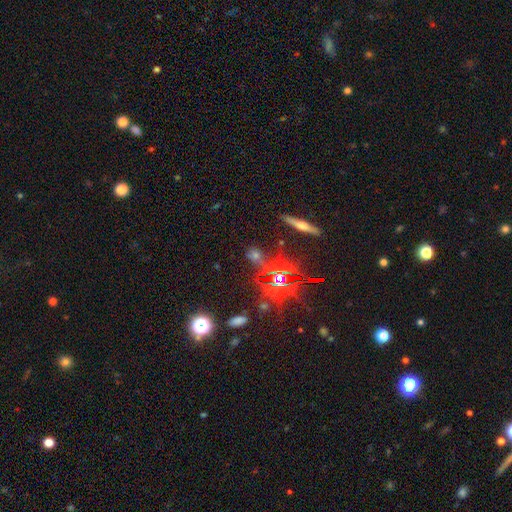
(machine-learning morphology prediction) Smooth or featured?
  - star or artifact: 59% *
  - smooth: 26%
  - featured or disk: 15%